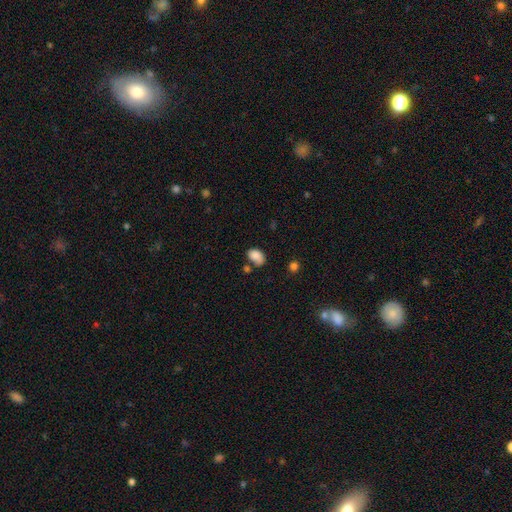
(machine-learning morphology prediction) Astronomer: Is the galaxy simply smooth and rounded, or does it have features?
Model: smooth — 84%.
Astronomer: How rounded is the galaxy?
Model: in between — 84%.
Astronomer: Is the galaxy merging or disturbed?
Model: none — 50% (runner-up: minor disturbance, 25%).